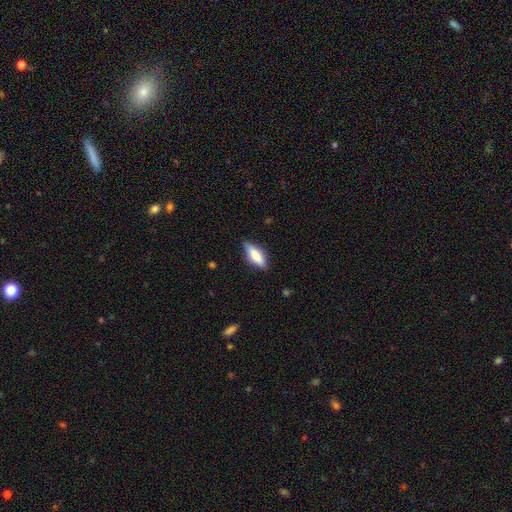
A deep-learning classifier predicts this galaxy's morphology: Smooth or featured: smooth — 66% (featured or disk — 27%)
How rounded: in between — 59% (cigar-shaped — 38%)
Merging: none — 82% (minor disturbance — 14%)